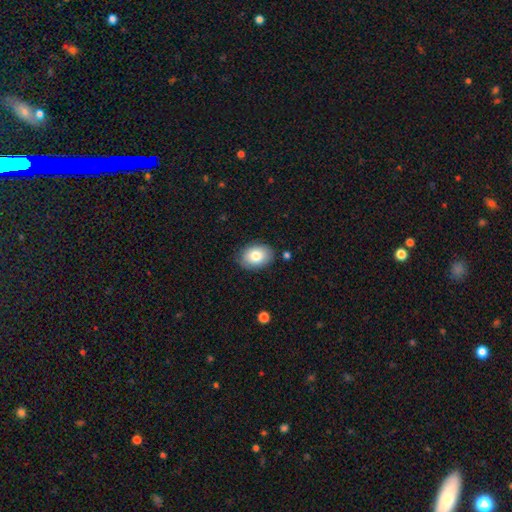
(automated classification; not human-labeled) This is clearly a smooth galaxy (81%). How rounded: likely in between (79%). Merging: clearly none (84%).